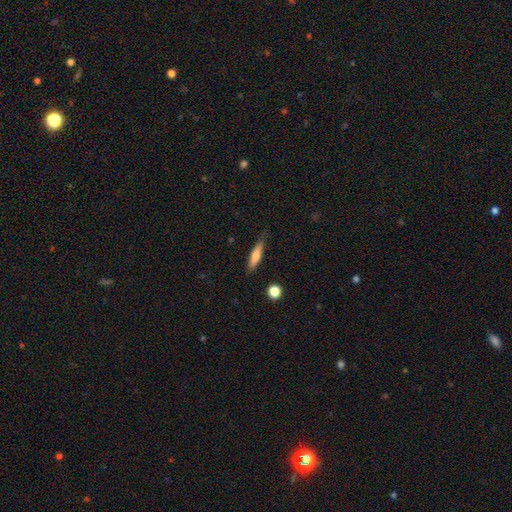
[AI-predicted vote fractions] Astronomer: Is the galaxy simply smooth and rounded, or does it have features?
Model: smooth — 70%.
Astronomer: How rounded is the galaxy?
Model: cigar-shaped — 78%.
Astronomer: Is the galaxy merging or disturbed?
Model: none — 80%.